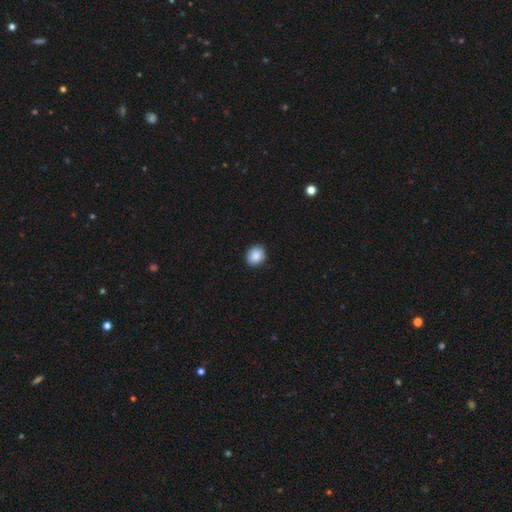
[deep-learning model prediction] Q: Smooth or featured?
A: smooth (89%); runner-up: star or artifact (8%)
Q: How rounded?
A: round (64%); runner-up: in between (35%)
Q: Merging?
A: none (90%); runner-up: minor disturbance (7%)